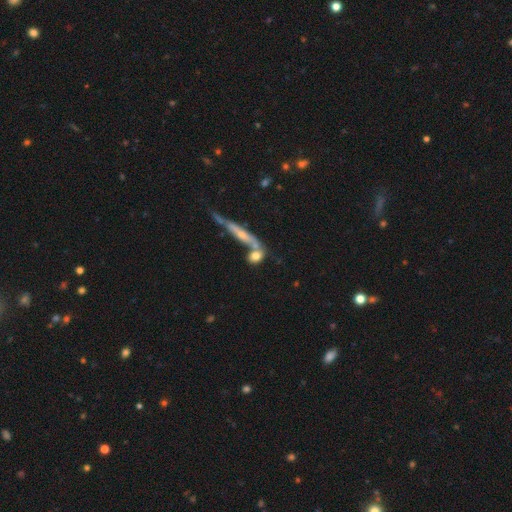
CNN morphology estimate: Q: Smooth or featured?
A: smooth (67%); runner-up: featured or disk (23%)
Q: How rounded?
A: in between (40%); runner-up: round (36%)
Q: Merging?
A: none (47%); runner-up: merger (35%)